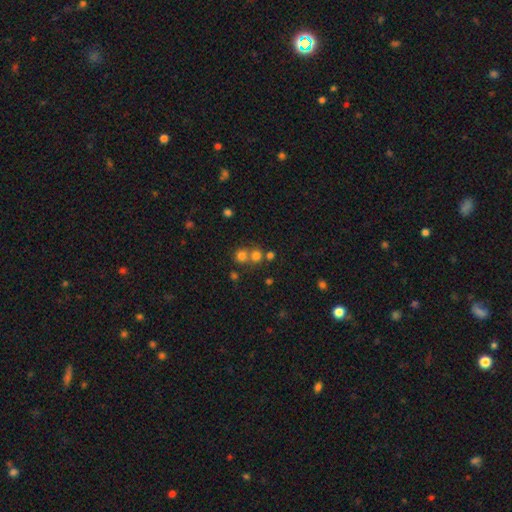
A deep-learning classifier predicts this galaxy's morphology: A smooth galaxy with no disk features (71%) that is round (87%). Merging: none (54%).